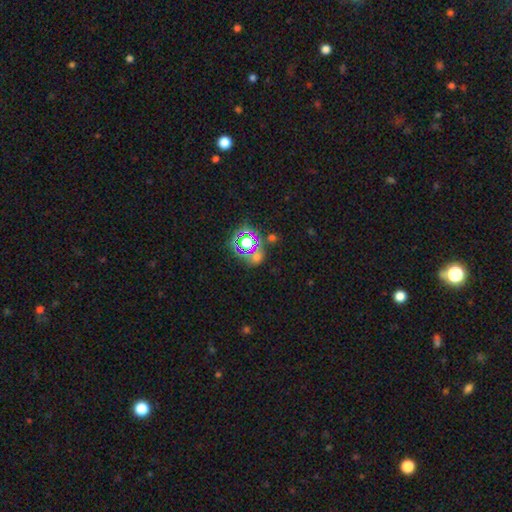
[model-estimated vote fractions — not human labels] A star or artifact, not a galaxy (68%).

Vote fractions:
- Smooth or featured? star or artifact: 68% / smooth: 23% / featured or disk: 9%